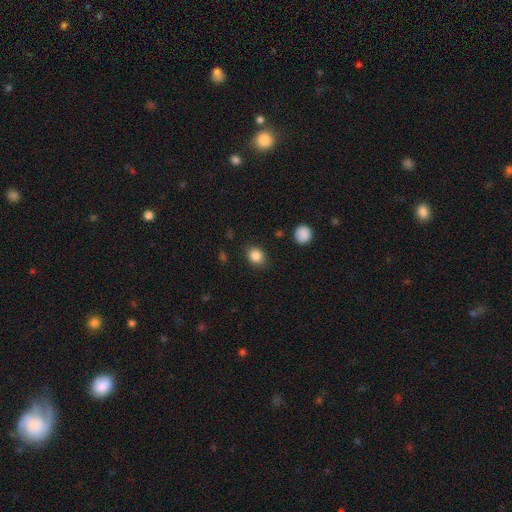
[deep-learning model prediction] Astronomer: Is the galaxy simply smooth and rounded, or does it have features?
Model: smooth — 86%.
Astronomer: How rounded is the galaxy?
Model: round — 64%.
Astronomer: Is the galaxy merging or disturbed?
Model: none — 85%.